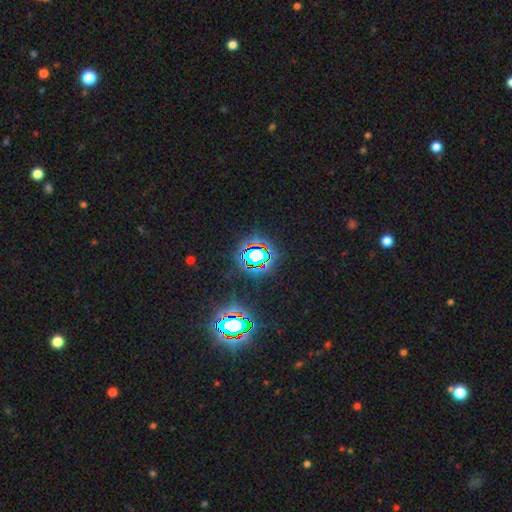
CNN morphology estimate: A star or artifact, not a galaxy (70%).